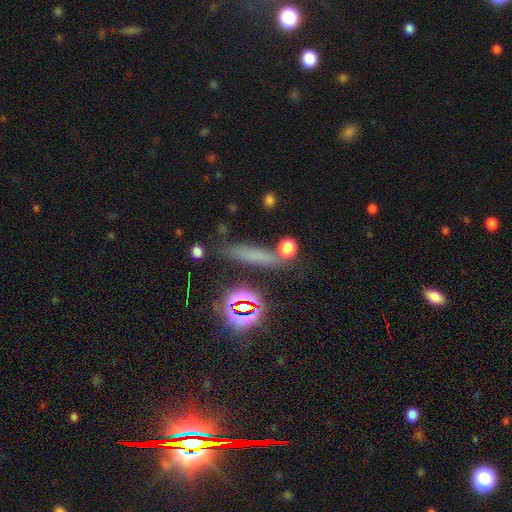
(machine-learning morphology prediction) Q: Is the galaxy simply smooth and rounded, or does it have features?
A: smooth — 58%.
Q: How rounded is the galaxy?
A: cigar-shaped — 81%.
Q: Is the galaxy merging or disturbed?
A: none — 79%.